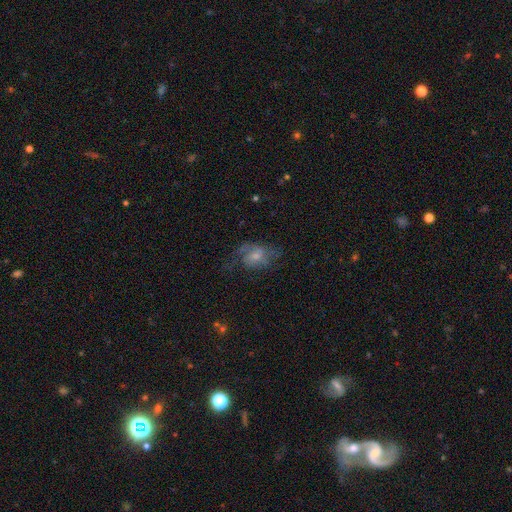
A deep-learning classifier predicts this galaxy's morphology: A featured or disk galaxy (58%) with no bar (59%), spiral arms (78%) and a small central bulge (49%).

Vote fractions:
- Smooth or featured? featured or disk: 58% / smooth: 33% / star or artifact: 9%
- Edge-on disk? no: 97% / yes: 3%
- Bar? no: 59% / weak: 35% / strong: 6%
- Spiral arms? yes: 78% / no: 22%
- Bulge size? small: 49% / moderate: 36% / none: 9% / large: 5% / dominant: 1%
- Merging? none: 43% / major disturbance: 32% / minor disturbance: 22% / merger: 2%